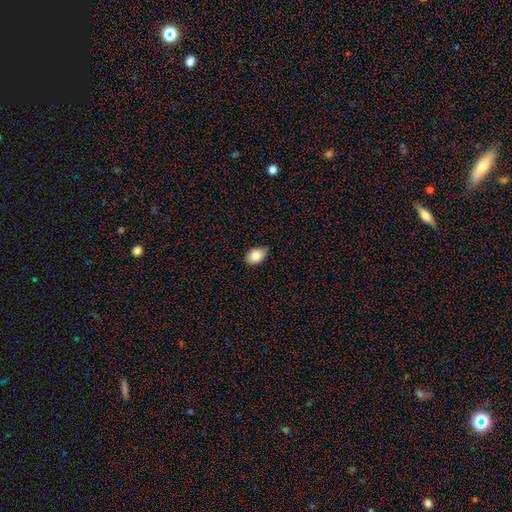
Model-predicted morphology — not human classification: smooth_or_featured: smooth (p=0.84) [alt: featured or disk p=0.08]
how_rounded: in between (p=0.84) [alt: round p=0.15]
merging: none (p=0.75) [alt: minor disturbance p=0.21]